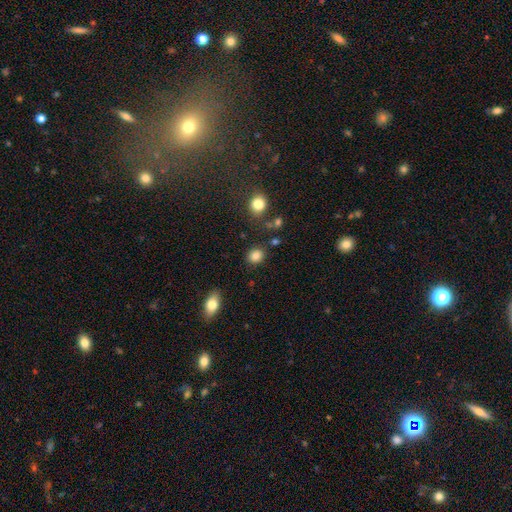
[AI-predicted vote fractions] Smooth or featured? smooth (84%)
How rounded? round (67%)
Merging? none (84%)